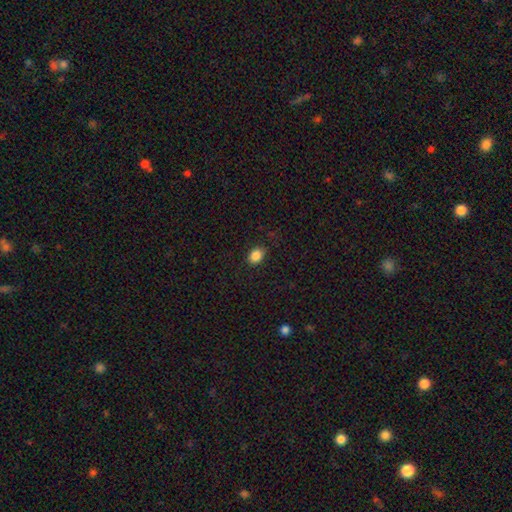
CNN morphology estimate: This is clearly a smooth galaxy (86%). How rounded: likely in between (63%). Merging: clearly none (86%).